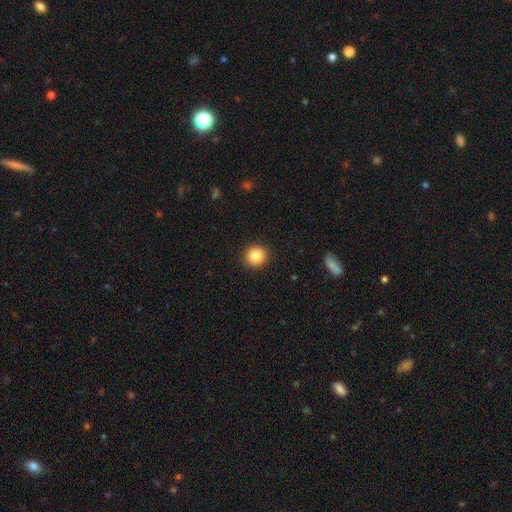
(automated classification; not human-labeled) smooth_or_featured: smooth (p=0.86) [alt: star or artifact p=0.09]
how_rounded: round (p=0.90) [alt: in between p=0.09]
merging: none (p=0.92) [alt: minor disturbance p=0.05]